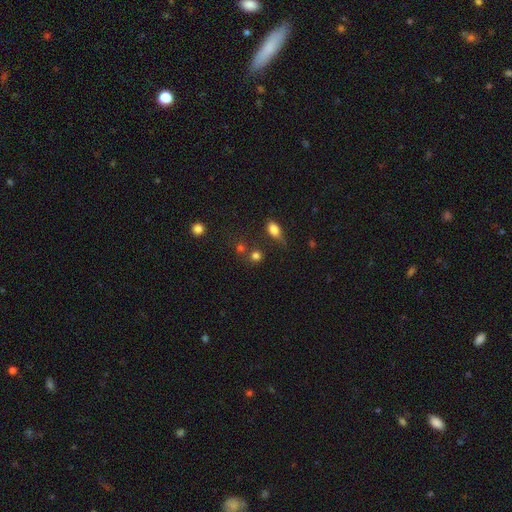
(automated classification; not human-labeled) A smooth galaxy with no disk features (77%) that is round (80%).

Vote fractions:
- Smooth or featured? smooth: 77% / star or artifact: 16% / featured or disk: 7%
- How rounded? round: 80% / in between: 18% / cigar-shaped: 2%
- Merging? none: 64% / merger: 18% / minor disturbance: 13% / major disturbance: 5%